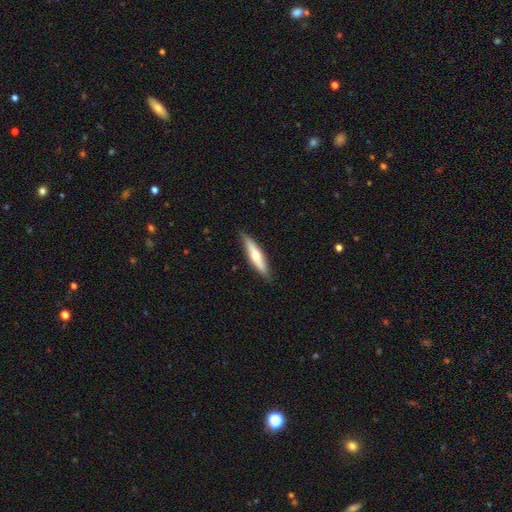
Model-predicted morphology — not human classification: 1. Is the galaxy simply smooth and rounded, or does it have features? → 50% smooth, 44% featured or disk, 5% star or artifact.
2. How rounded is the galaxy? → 80% cigar-shaped, 19% in between, 2% round.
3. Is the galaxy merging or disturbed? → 86% none, 11% minor disturbance, 2% major disturbance, 1% merger.